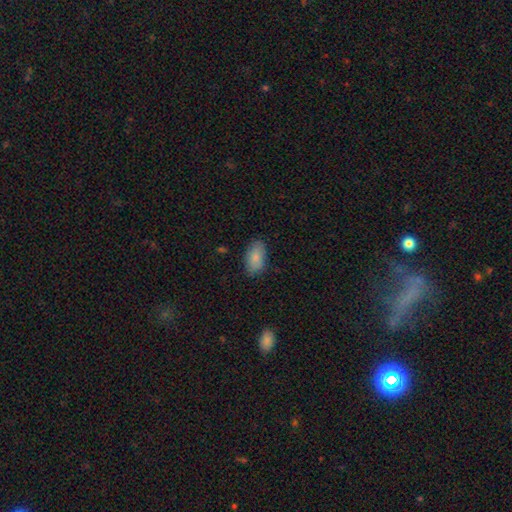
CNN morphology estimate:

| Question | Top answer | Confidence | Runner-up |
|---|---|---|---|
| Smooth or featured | smooth | 84% | featured or disk (9%) |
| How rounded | in between | 93% | round (5%) |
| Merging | none | 83% | minor disturbance (13%) |